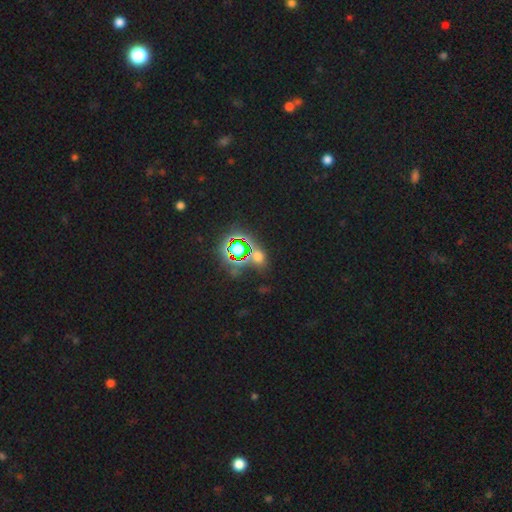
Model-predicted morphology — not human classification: Smooth or featured? star or artifact (68%)